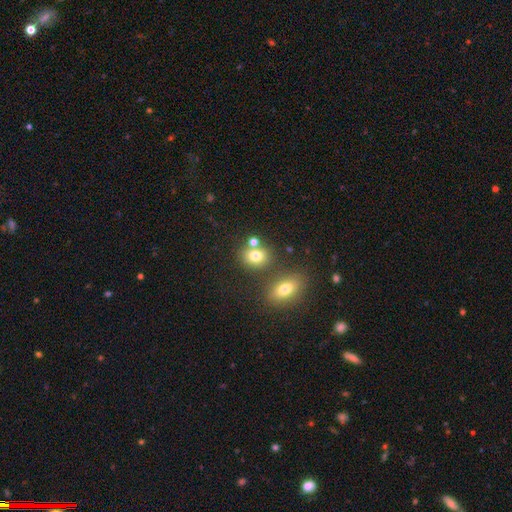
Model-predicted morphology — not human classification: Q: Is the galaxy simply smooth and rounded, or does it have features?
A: smooth — 76%.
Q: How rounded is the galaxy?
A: round — 55%.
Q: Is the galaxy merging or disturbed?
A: none — 63%.